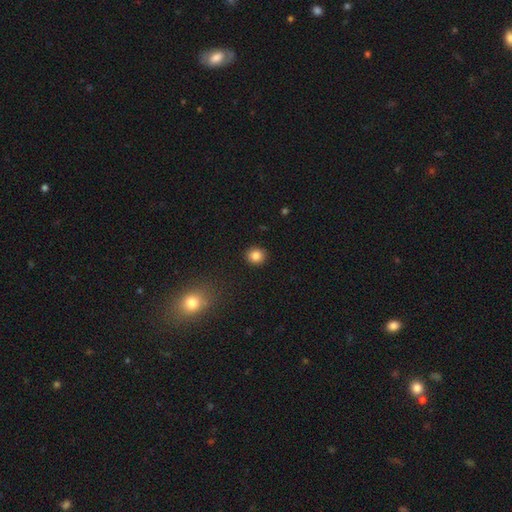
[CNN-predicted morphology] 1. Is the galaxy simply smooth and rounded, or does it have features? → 84% smooth, 11% star or artifact, 5% featured or disk.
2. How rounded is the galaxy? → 88% round, 11% in between, 1% cigar-shaped.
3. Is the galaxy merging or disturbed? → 92% none, 5% minor disturbance, 2% major disturbance, 1% merger.